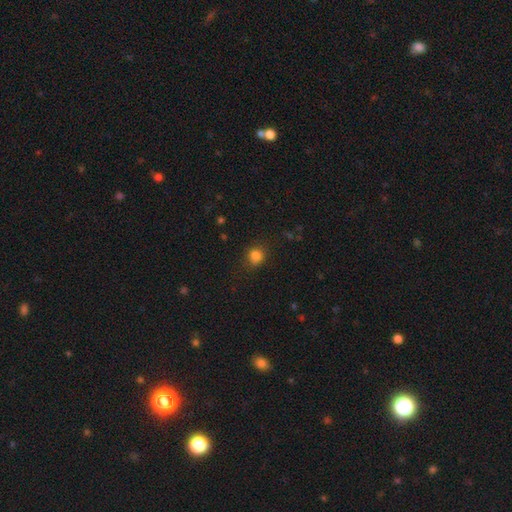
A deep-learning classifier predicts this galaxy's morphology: The model was most divided on "how rounded": round: 76%, in between: 23%, cigar-shaped: 1%. More confident: smooth or featured — smooth (82%); merging — none (76%).